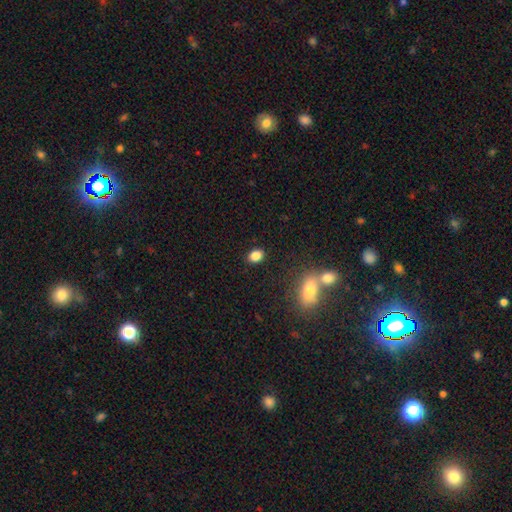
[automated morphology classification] smooth 85%, star or artifact 10%, featured or disk 5%. Down the decision tree: how rounded — in between (71%); merging — none (86%).